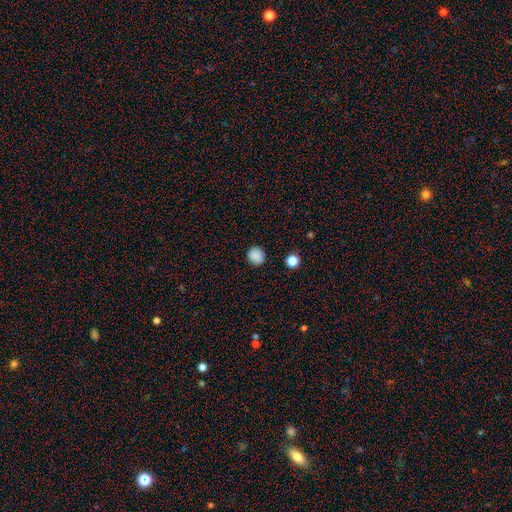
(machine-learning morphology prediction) A smooth galaxy with no disk features (86%) that is round (84%).

Vote fractions:
- Smooth or featured? smooth: 86% / star or artifact: 10% / featured or disk: 4%
- How rounded? round: 84% / in between: 15% / cigar-shaped: 1%
- Merging? none: 87% / minor disturbance: 9% / major disturbance: 2% / merger: 2%